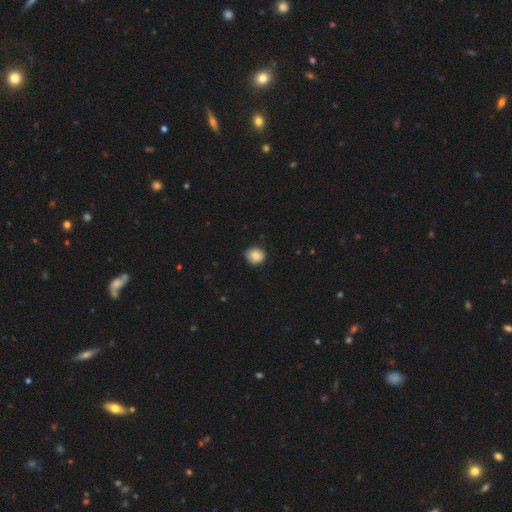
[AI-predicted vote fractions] This is clearly a smooth galaxy (85%). How rounded: clearly round (81%). Merging: likely none (79%).